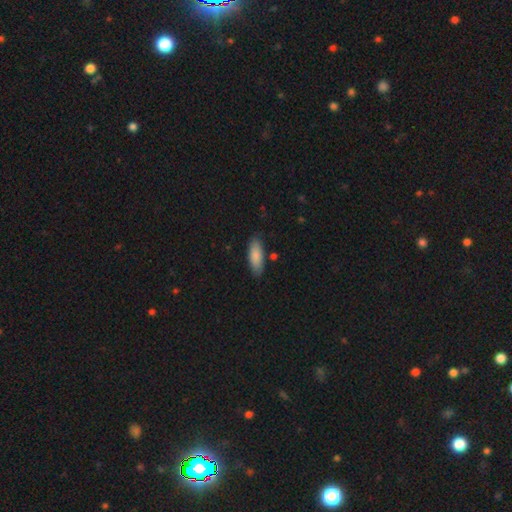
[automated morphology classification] smooth-or-featured: smooth: 86% | featured or disk: 8% | star or artifact: 6%
  how-rounded: in between: 69% | cigar-shaped: 30% | round: 2%
  merging: none: 81% | minor disturbance: 14% | major disturbance: 3% | merger: 2%